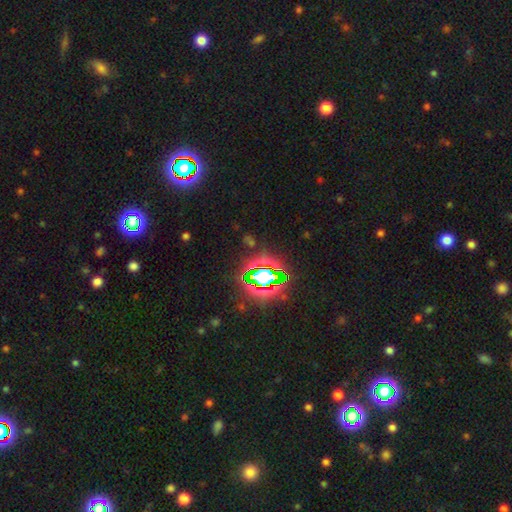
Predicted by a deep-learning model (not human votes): star or artifact 83%, smooth 10%, featured or disk 7%.